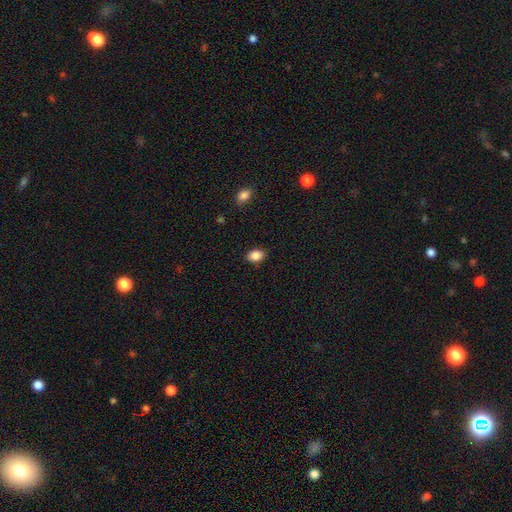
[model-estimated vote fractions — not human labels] A smooth galaxy with no disk features (87%) that is in between round and cigar-shaped (78%). Merging: none (87%).